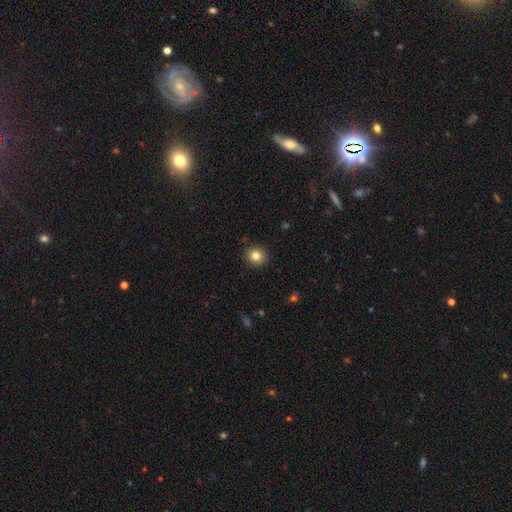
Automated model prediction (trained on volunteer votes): Smooth or featured? smooth (82%)
How rounded? round (90%)
Merging? none (92%)